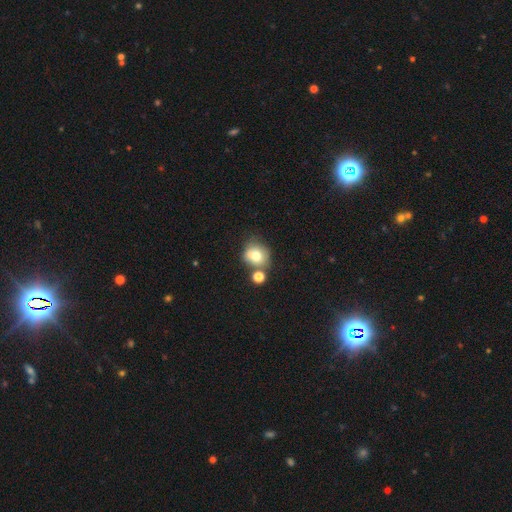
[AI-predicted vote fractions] The model was most divided on "merging": none: 51%, merger: 26%, minor disturbance: 16%, major disturbance: 6%. More confident: how rounded — round (78%); smooth or featured — smooth (74%).